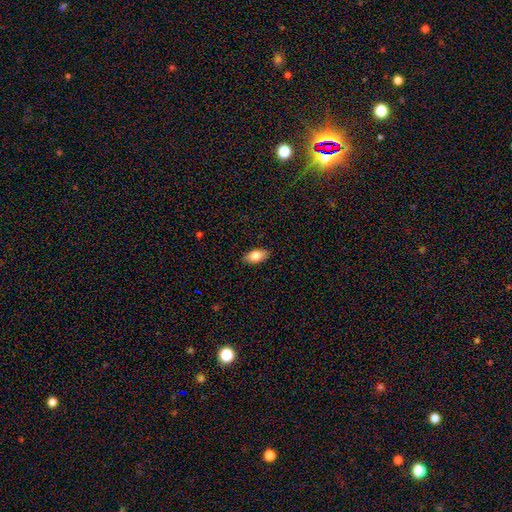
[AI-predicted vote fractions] This appears to be a smooth galaxy with no disk features (83%) that is in between round and cigar-shaped (92%). Merging: none (88%).